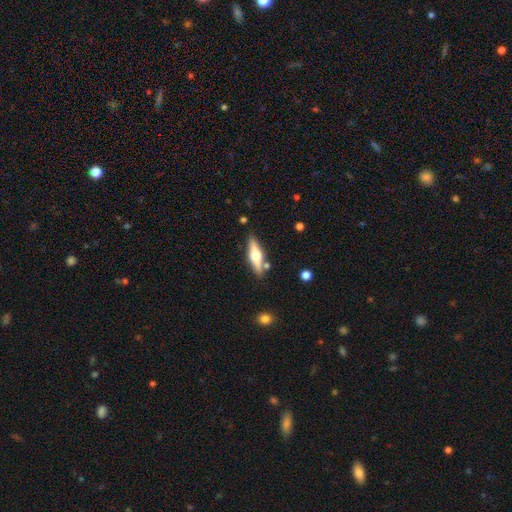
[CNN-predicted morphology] smooth-or-featured: featured or disk: 58% | smooth: 36% | star or artifact: 6%
  disk-edge-on: yes: 94% | no: 6%
    edge-on-bulge: rounded: 93% | boxy: 4% | none: 2%
  merging: none: 83% | minor disturbance: 10% | merger: 5% | major disturbance: 2%